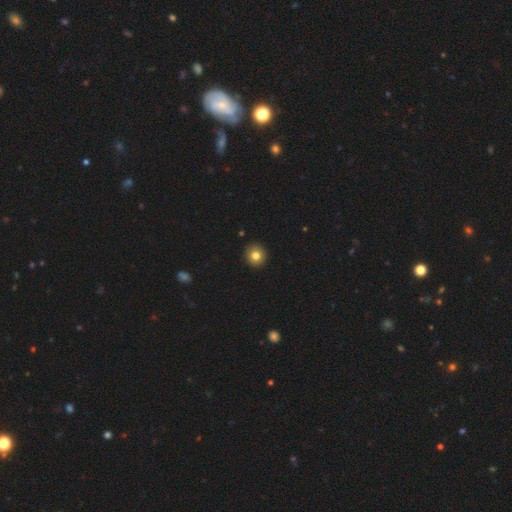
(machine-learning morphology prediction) A smooth galaxy with no disk features (80%) that is round (88%). Merging: none (92%).